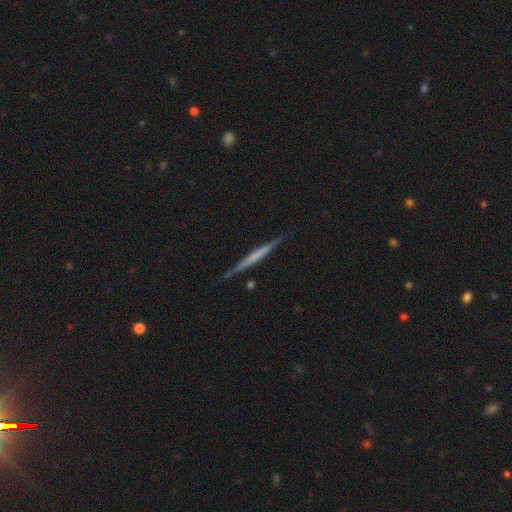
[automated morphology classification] smooth-or-featured: featured or disk: 62% | smooth: 32% | star or artifact: 5%
  disk-edge-on: yes: 97% | no: 3%
    edge-on-bulge: none: 75% | boxy: 13% | rounded: 12%
  merging: none: 87% | minor disturbance: 9% | major disturbance: 2% | merger: 1%